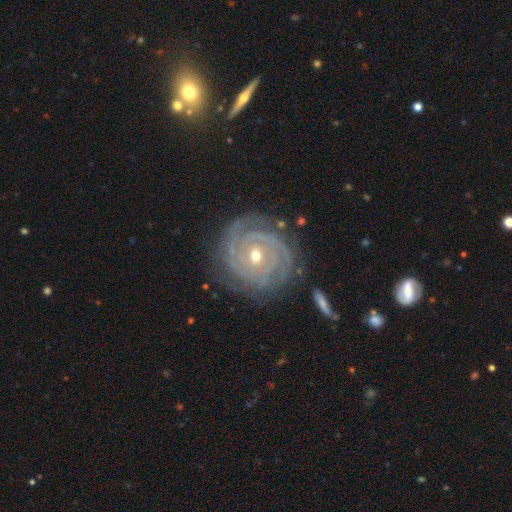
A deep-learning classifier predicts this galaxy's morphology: This is clearly a featured or disk galaxy (91%). It is clearly not viewed edge-on (97%). Bar: likely no (63%). Spiral arm pattern: clearly yes (98%). Spiral arm count: marginally 2 (32%). Spiral winding: clearly tight (89%). Central bulge: possibly moderate (50%). Merging: clearly none (81%).